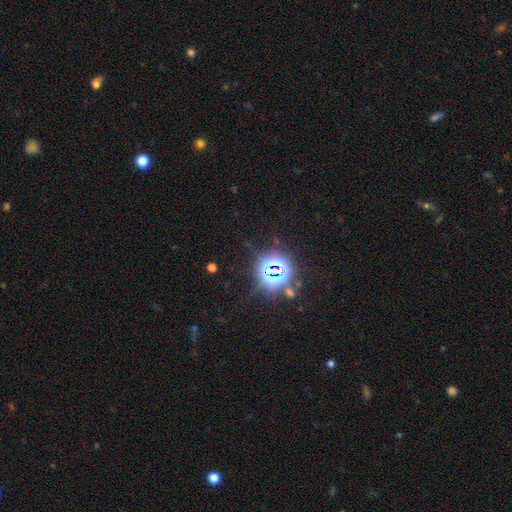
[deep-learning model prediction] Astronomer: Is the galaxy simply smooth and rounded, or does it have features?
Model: star or artifact — 83%.